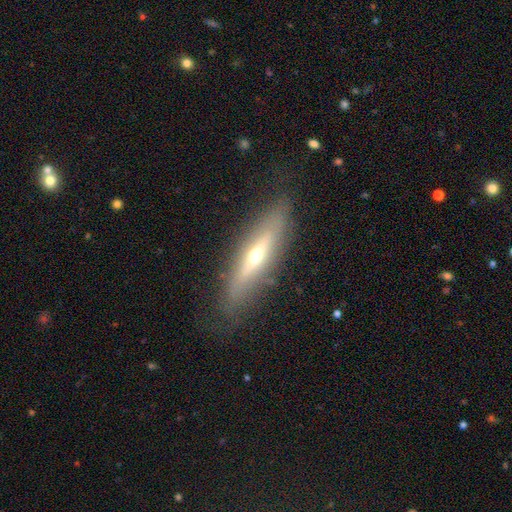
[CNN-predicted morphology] This is likely a featured or disk galaxy (64%). It is clearly viewed edge-on (81%). Edge-on bulge: clearly rounded (86%). Merging: clearly none (81%).